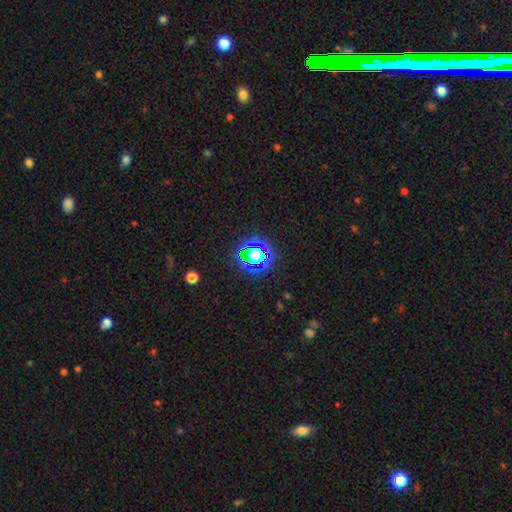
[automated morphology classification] The model was most divided on "smooth or featured": star or artifact: 57%, smooth: 31%, featured or disk: 12%.